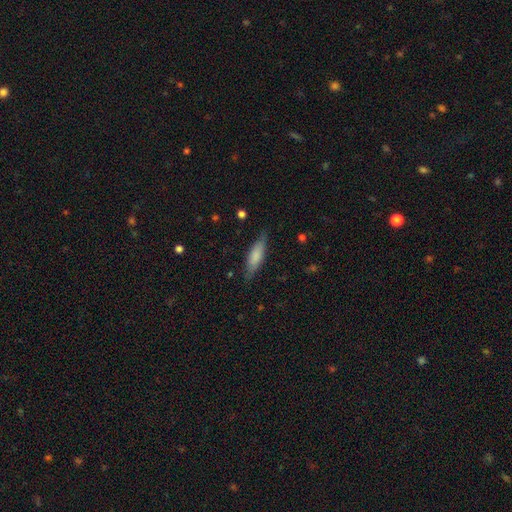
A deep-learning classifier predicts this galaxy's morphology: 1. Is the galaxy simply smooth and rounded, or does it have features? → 74% smooth, 20% featured or disk, 6% star or artifact.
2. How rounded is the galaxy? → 54% cigar-shaped, 44% in between, 2% round.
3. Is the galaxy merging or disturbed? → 77% none, 18% minor disturbance, 4% major disturbance, 1% merger.